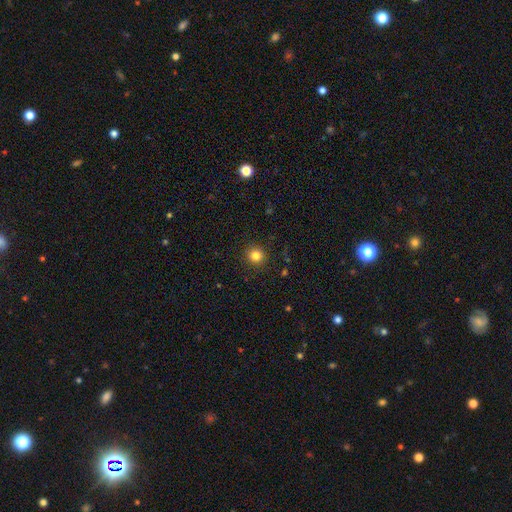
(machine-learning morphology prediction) type=smooth (83%); roundness=round (93%); merging=none (91%).